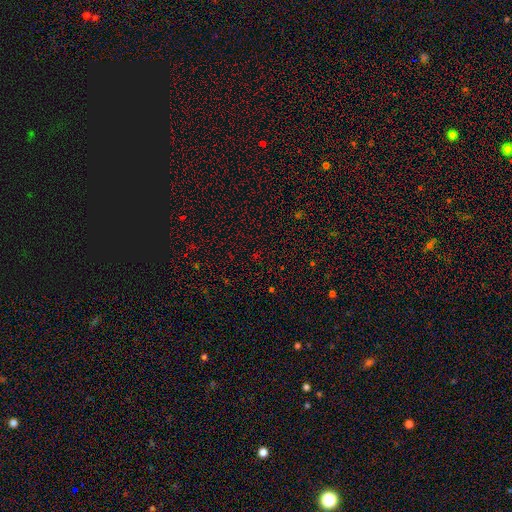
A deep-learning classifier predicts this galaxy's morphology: A star or artifact, not a galaxy (65%).